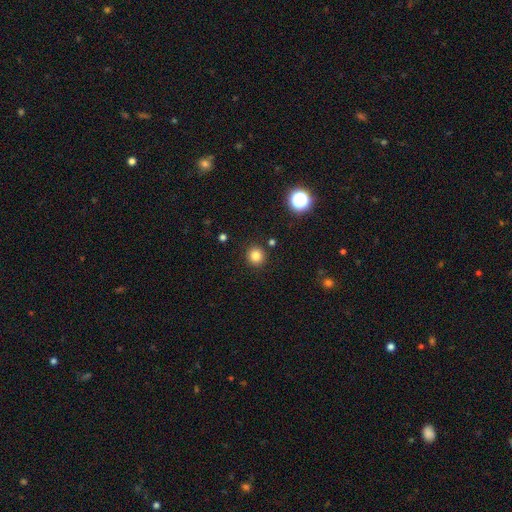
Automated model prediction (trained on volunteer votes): Smooth or featured: smooth — 82% (star or artifact — 13%)
How rounded: round — 94% (in between — 5%)
Merging: none — 91% (minor disturbance — 5%)